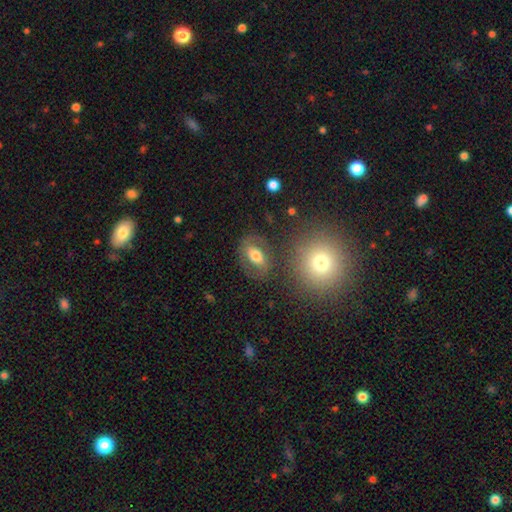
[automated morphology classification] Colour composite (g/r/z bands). It shows a smooth galaxy with no disk features (54%) that is in between round and cigar-shaped (80%). Merging: none (71%).